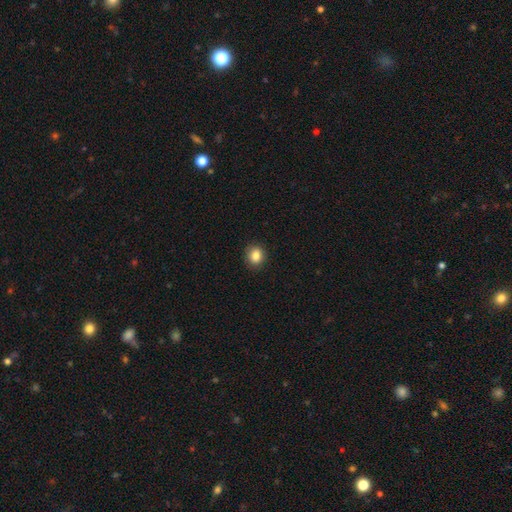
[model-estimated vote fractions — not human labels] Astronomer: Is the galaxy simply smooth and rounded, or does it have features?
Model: smooth — 85%.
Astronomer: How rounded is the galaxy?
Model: round — 71%.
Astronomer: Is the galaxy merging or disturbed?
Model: none — 88%.